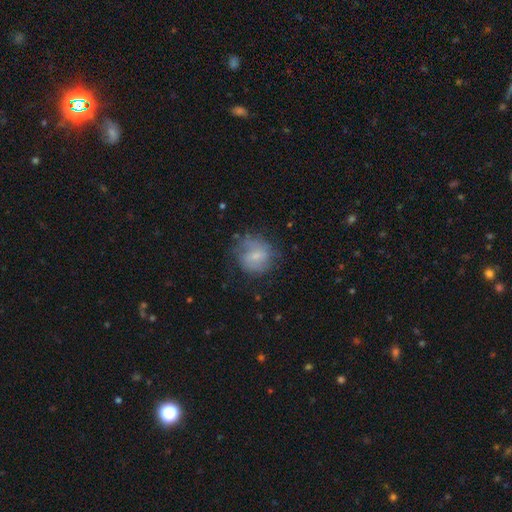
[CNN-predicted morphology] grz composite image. It shows a smooth galaxy with no disk features (59%) that is round (79%). Merging: none (59%).